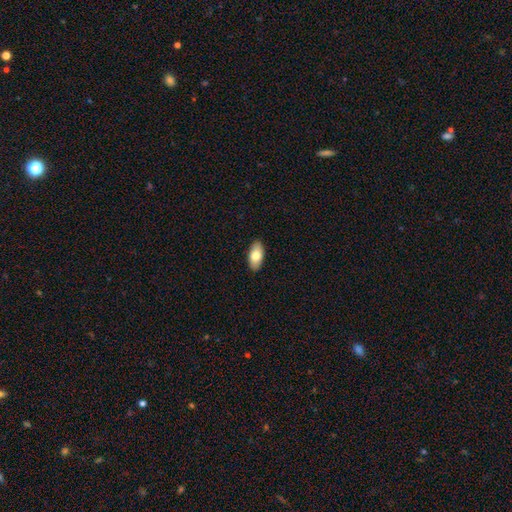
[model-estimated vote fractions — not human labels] Smooth or featured? Predicted: smooth (p=0.77). How rounded? Predicted: in between (p=0.93). Merging? Predicted: none (p=0.90).